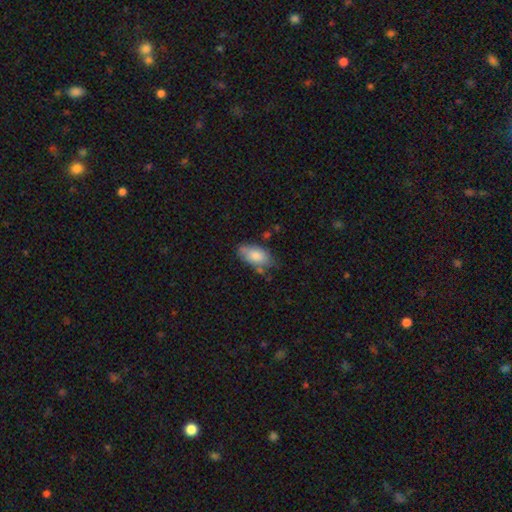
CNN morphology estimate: Smooth or featured? smooth (80%)
How rounded? in between (93%)
Merging? none (62%)